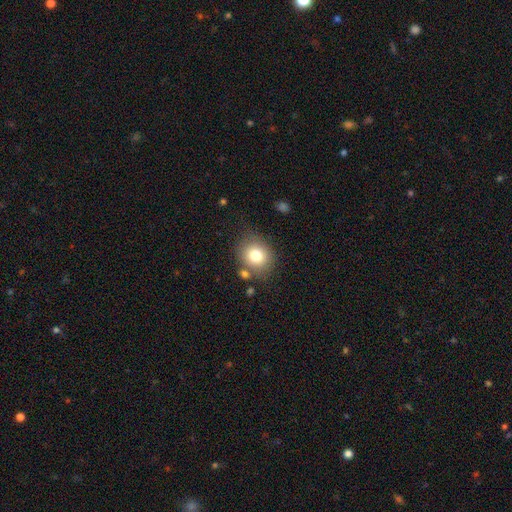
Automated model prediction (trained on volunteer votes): smooth_or_featured: smooth (p=0.78) [alt: featured or disk p=0.11]
how_rounded: round (p=0.71) [alt: in between p=0.29]
merging: none (p=0.74) [alt: minor disturbance p=0.14]